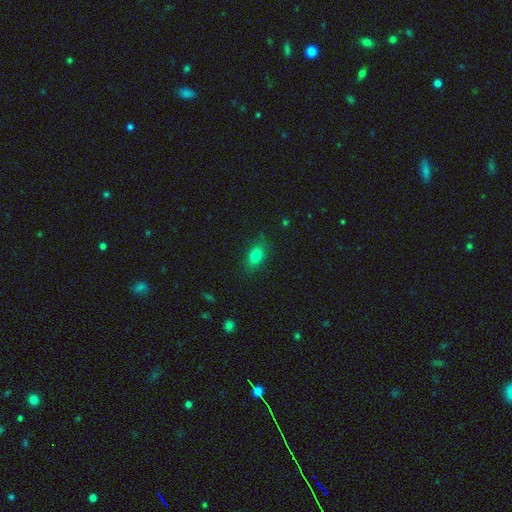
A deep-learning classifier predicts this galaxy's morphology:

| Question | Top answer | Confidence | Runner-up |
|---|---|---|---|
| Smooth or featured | smooth | 80% | star or artifact (11%) |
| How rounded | in between | 82% | round (14%) |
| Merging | none | 81% | minor disturbance (15%) |